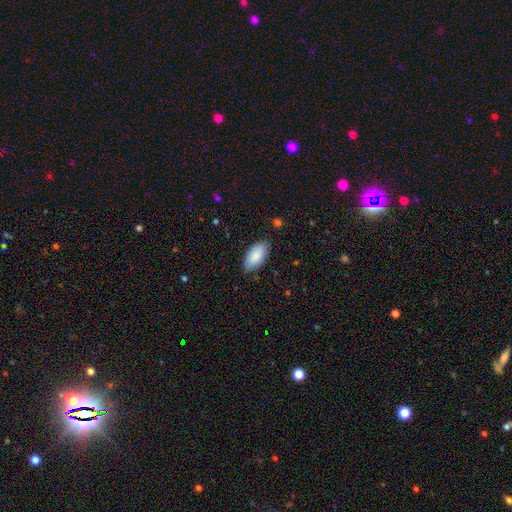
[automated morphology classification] A smooth galaxy with no disk features (88%) that is in between round and cigar-shaped (93%). Merging: none (80%).